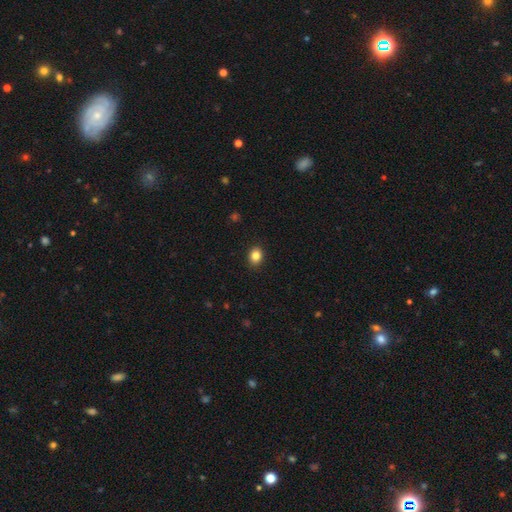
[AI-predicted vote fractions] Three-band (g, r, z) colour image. It shows a smooth galaxy with no disk features (84%) that is round (55%). Merging: none (90%).